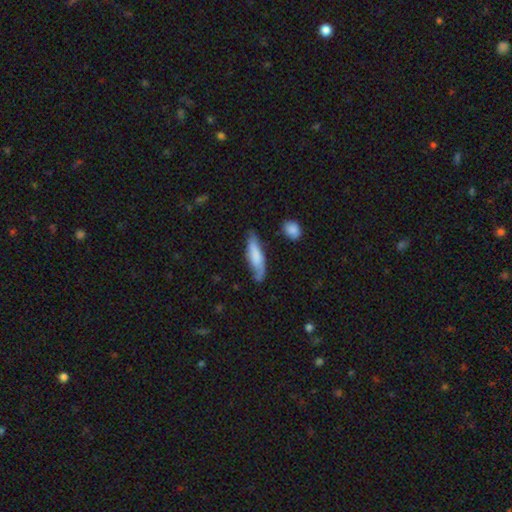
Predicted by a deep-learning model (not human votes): Q: Smooth or featured?
A: smooth (67%); runner-up: featured or disk (27%)
Q: How rounded?
A: cigar-shaped (57%); runner-up: in between (41%)
Q: Merging?
A: none (60%); runner-up: minor disturbance (28%)